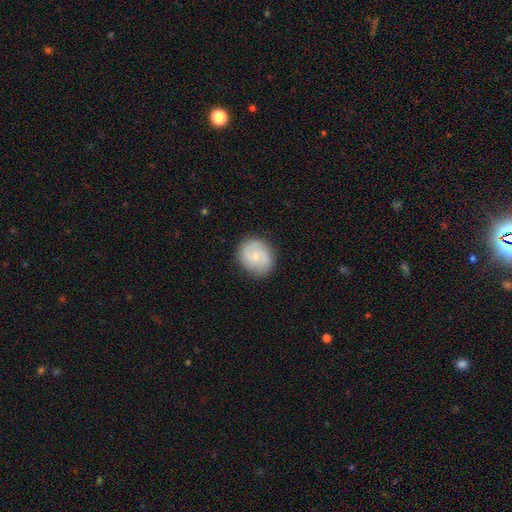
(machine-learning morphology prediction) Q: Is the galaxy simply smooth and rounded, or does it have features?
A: featured or disk — 54%.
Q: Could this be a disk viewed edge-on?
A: no — 98%.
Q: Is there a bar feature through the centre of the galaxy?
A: no — 67%.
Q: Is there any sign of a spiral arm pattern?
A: yes — 90%.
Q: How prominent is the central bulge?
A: small — 70%.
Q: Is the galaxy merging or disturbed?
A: none — 84%.